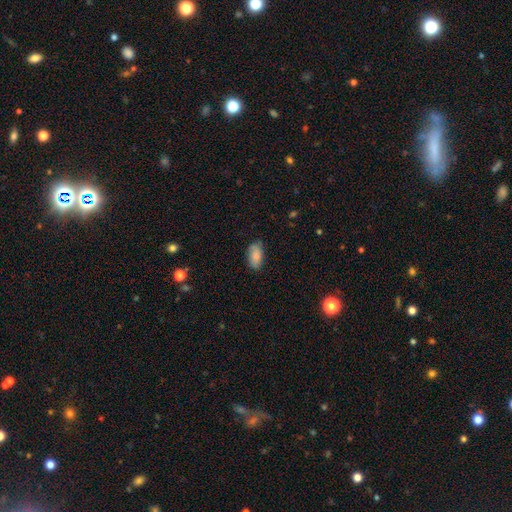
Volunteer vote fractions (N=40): Smooth or featured? smooth (80%)
How rounded? in between (97%)
Merging? none (76%)